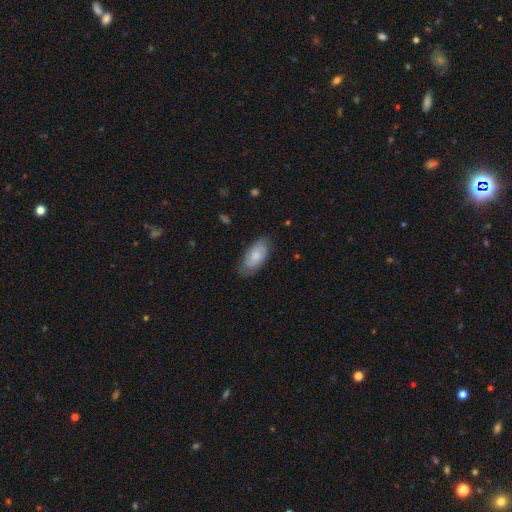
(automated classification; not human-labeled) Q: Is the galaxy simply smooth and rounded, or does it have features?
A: smooth — 70%.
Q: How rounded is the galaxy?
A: in between — 92%.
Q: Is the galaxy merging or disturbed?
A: none — 75%.